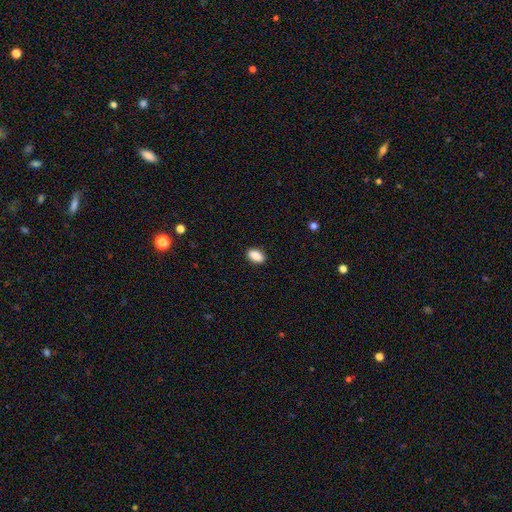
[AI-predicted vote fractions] smooth_or_featured: smooth (p=0.89) [alt: star or artifact p=0.07]
how_rounded: in between (p=0.91) [alt: round p=0.07]
merging: none (p=0.89) [alt: minor disturbance p=0.08]